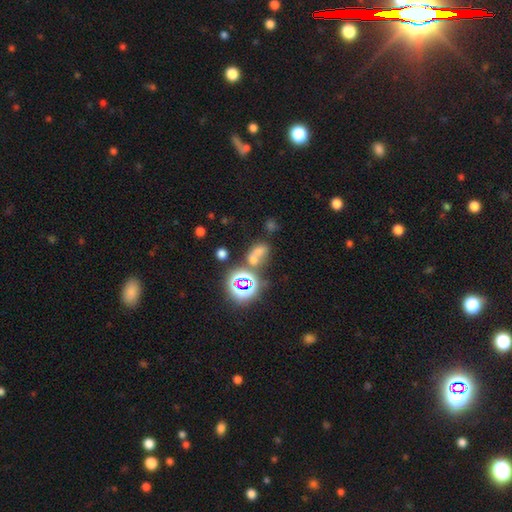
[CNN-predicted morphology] smooth_or_featured: smooth (p=0.49) [alt: star or artifact p=0.35]
merging: merger (p=0.44) [alt: none p=0.33]